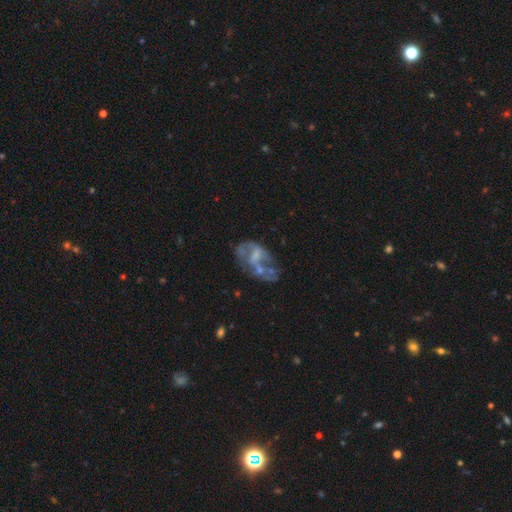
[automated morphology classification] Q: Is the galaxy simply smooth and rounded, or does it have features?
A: featured or disk — 69%.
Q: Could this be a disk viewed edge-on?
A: no — 96%.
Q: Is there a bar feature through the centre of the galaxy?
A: no — 58%.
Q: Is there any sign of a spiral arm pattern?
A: no — 61%.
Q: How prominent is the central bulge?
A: none — 36%.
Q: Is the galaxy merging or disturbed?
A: none — 38%.